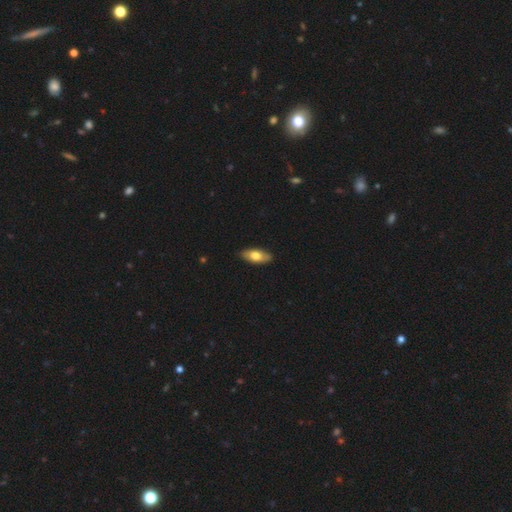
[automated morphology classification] Overall: smooth (71%). How rounded: in between (83%). Merging: none (88%).